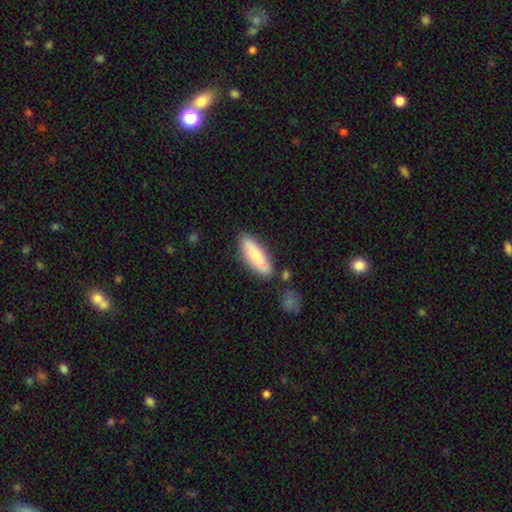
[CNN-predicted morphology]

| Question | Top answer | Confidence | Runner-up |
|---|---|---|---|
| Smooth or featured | smooth | 75% | featured or disk (19%) |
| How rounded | in between | 57% | cigar-shaped (41%) |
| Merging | none | 73% | minor disturbance (16%) |